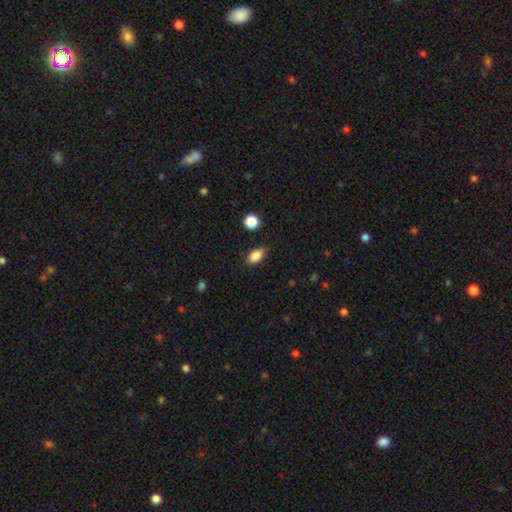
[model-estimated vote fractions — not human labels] Q: Smooth or featured?
A: smooth (86%); runner-up: star or artifact (9%)
Q: How rounded?
A: in between (85%); runner-up: round (12%)
Q: Merging?
A: none (79%); runner-up: minor disturbance (16%)